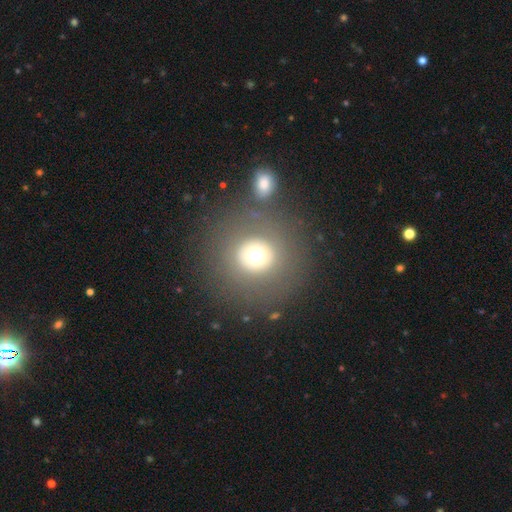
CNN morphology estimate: Smooth or featured?
  - smooth: 63% *
  - featured or disk: 21%
  - star or artifact: 16%
How rounded?
  - round: 91% *
  - in between: 8%
  - cigar-shaped: 1%
Merging?
  - none: 79% *
  - minor disturbance: 8%
  - major disturbance: 7%
  - merger: 5%